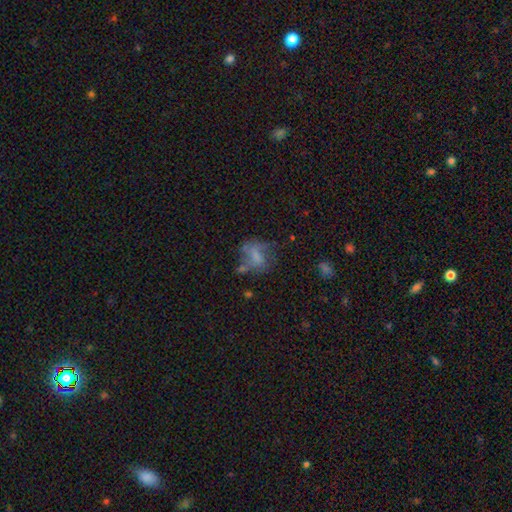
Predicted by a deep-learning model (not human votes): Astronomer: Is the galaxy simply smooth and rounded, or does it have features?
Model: smooth — 44% (runner-up: featured or disk, 41%).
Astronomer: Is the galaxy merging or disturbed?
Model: none — 38% (runner-up: major disturbance, 30%).